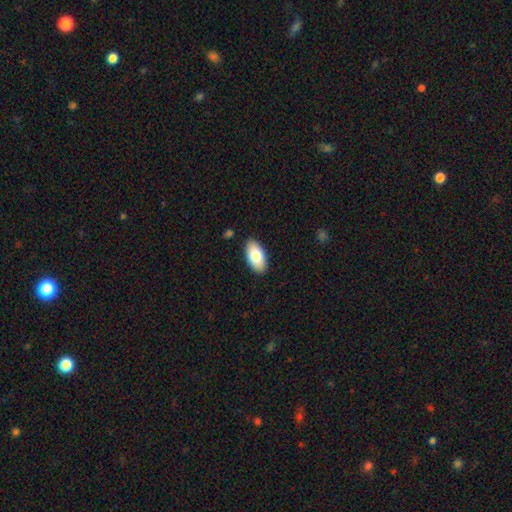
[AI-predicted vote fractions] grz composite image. It shows a smooth galaxy with no disk features (79%) that is in between round and cigar-shaped (95%). Merging: none (89%).